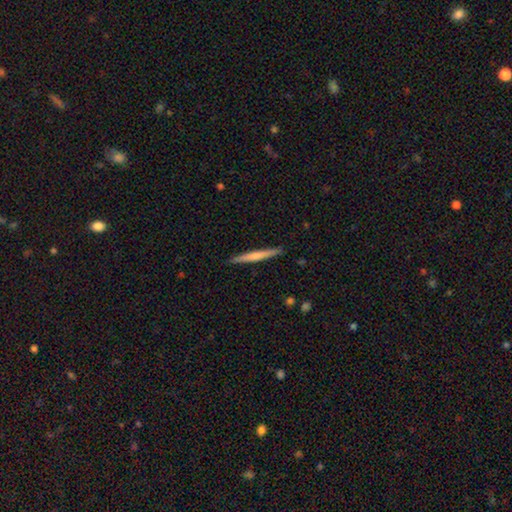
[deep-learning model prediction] A smooth galaxy with no disk features (53%) that is cigar-shaped (96%). Merging: none (90%).